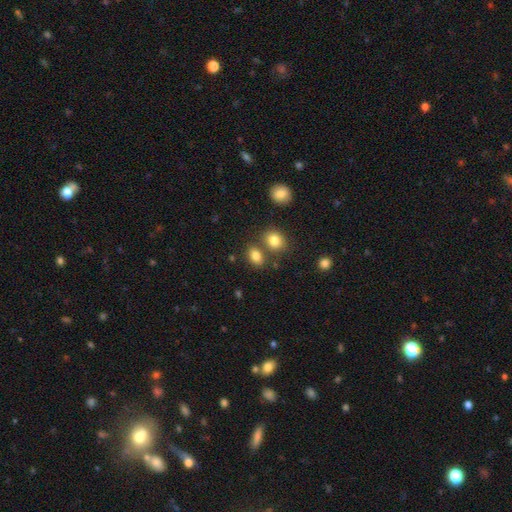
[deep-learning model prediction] Smooth or featured? smooth (82%)
How rounded? in between (72%)
Merging? none (65%)